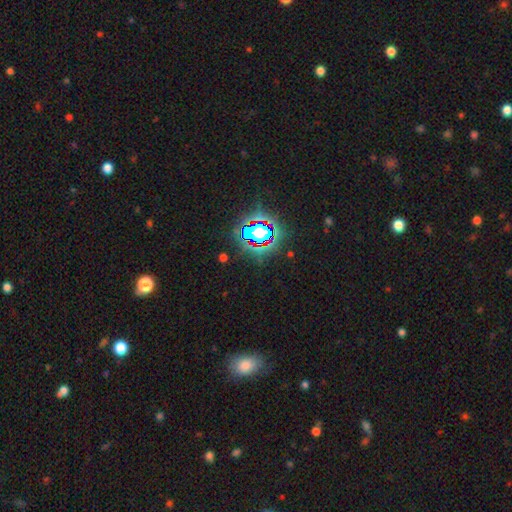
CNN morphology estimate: This is likely a star or artifact rather than a galaxy (79%).